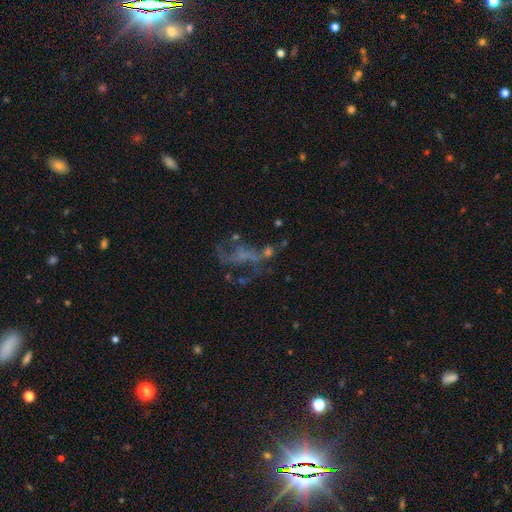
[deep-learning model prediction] Smooth or featured? Predicted: featured or disk (p=0.54). Edge-on disk? Predicted: no (p=0.94). Bar? Predicted: no (p=0.73). Spiral arms? Predicted: no (p=0.57). Bulge size? Predicted: none (p=0.66). Merging? Predicted: none (p=0.37).